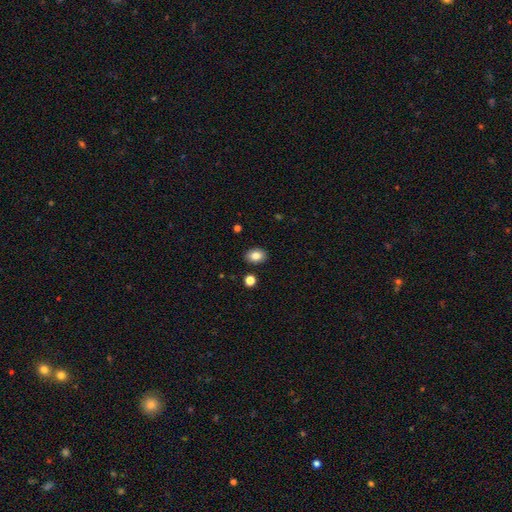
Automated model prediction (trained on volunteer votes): This appears to be a smooth galaxy with no disk features (83%) that is in between round and cigar-shaped (75%). Merging: none (88%).